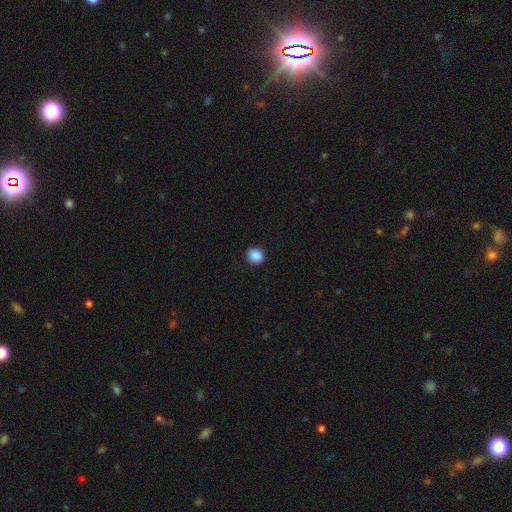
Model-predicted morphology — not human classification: Q: Smooth or featured?
A: smooth (89%); runner-up: star or artifact (9%)
Q: How rounded?
A: round (67%); runner-up: in between (32%)
Q: Merging?
A: none (89%); runner-up: minor disturbance (8%)